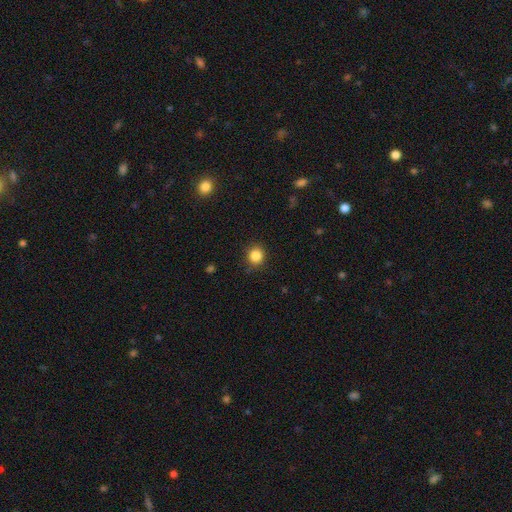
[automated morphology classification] smooth 85%, star or artifact 11%, featured or disk 4%. Down the decision tree: how rounded — round (89%); merging — none (86%).